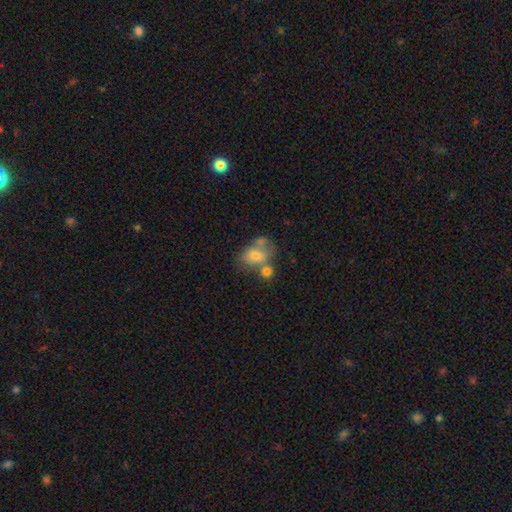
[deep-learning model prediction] A smooth galaxy with no disk features (63%) that is in between round and cigar-shaped (66%).

Vote fractions:
- Smooth or featured? smooth: 63% / featured or disk: 28% / star or artifact: 9%
- How rounded? in between: 66% / round: 32% / cigar-shaped: 1%
- Merging? merger: 44% / none: 28% / minor disturbance: 17% / major disturbance: 11%